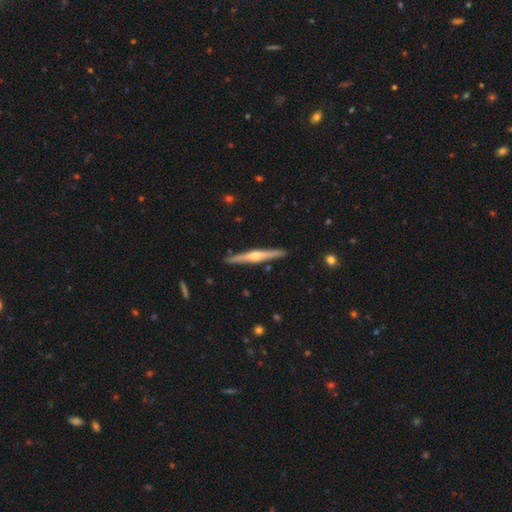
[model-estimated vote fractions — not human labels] A featured or disk galaxy (76%) viewed edge-on (98%) with a rounded central bulge (89%). Merging: none (91%).